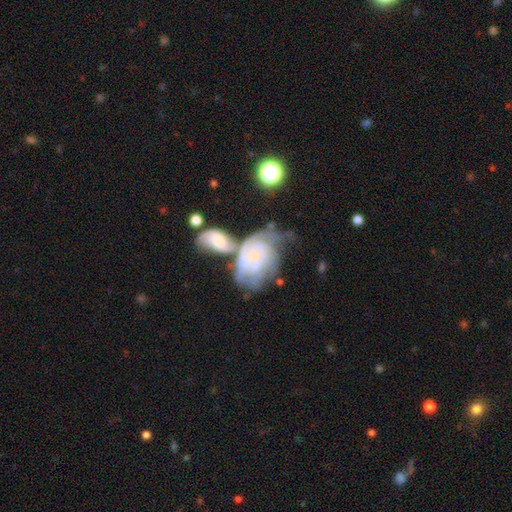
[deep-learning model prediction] Q: Smooth or featured?
A: featured or disk (80%); runner-up: smooth (13%)
Q: Edge-on disk?
A: no (97%); runner-up: yes (3%)
Q: Bar?
A: no (69%); runner-up: weak (25%)
Q: Spiral arms?
A: yes (91%); runner-up: no (9%)
Q: Spiral winding?
A: tight (63%); runner-up: medium (27%)
Q: Spiral arm count?
A: can't tell (39%); runner-up: 2 (25%)
Q: Bulge size?
A: small (68%); runner-up: moderate (15%)
Q: Merging?
A: merger (40%); runner-up: none (23%)